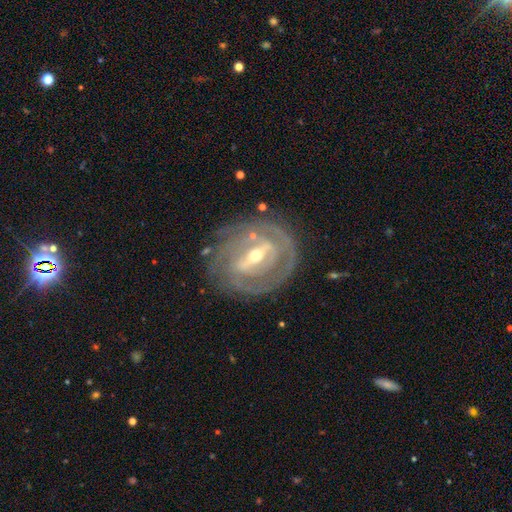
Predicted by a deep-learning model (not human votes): The model was most divided on "spiral arm count": can't tell: 37%, 2: 35%, 3: 12%, 1: 6%, 4: 6%, more than 4: 4%. More confident: edge-on disk — no (92%); smooth or featured — featured or disk (85%); spiral arms — yes (78%); merging — none (75%); spiral winding — tight (72%); bar — strong (62%); bulge size — small (52%).